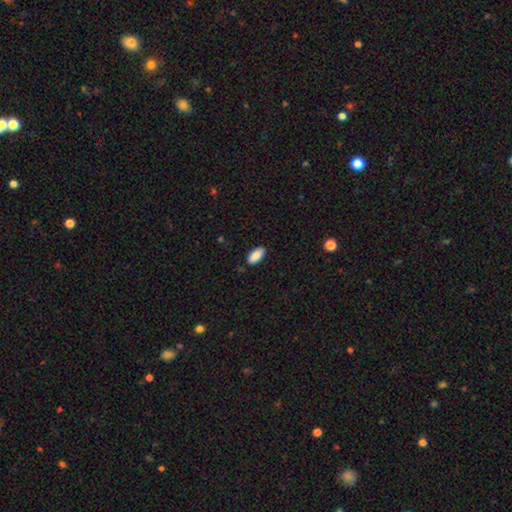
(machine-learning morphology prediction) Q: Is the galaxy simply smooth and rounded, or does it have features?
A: smooth — 88%.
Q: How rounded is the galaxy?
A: in between — 89%.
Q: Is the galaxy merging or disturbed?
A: none — 87%.